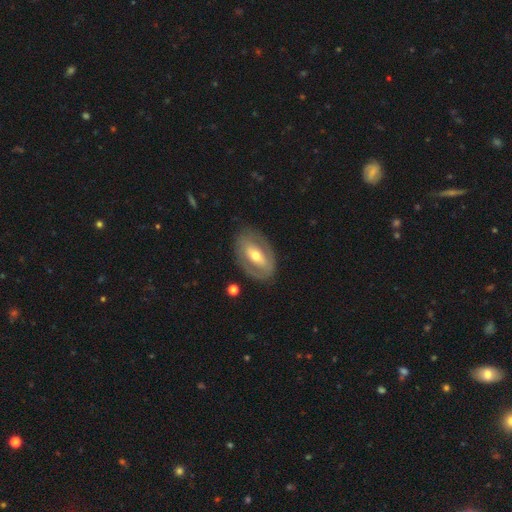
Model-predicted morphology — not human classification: A featured or disk galaxy (66%) with a strong bar (40%), no spiral arms (60%) and a moderate central bulge (65%). Merging: none (78%).